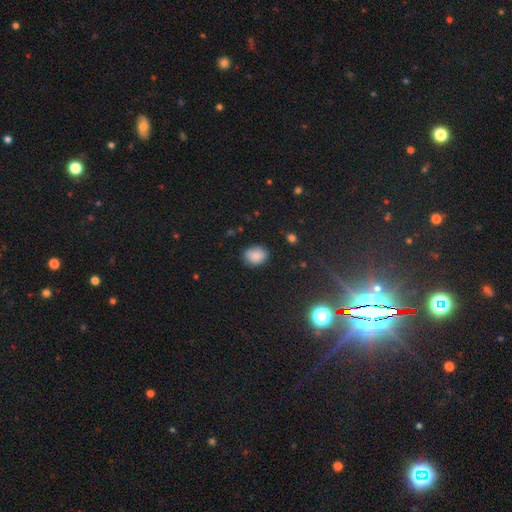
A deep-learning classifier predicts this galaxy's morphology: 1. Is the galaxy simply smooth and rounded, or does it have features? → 86% smooth, 9% star or artifact, 5% featured or disk.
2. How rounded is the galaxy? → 54% in between, 45% round, 1% cigar-shaped.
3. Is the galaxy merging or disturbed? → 83% none, 13% minor disturbance, 3% major disturbance, 1% merger.